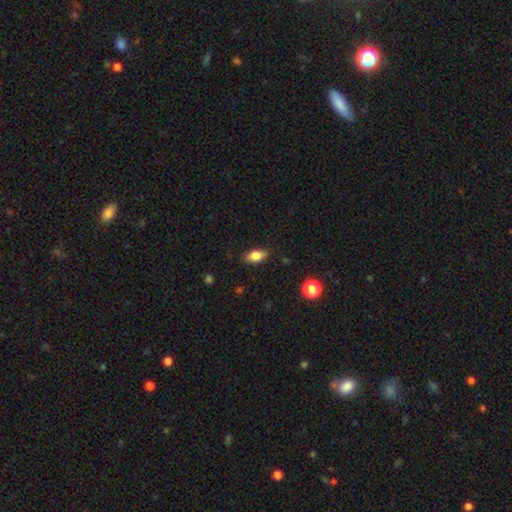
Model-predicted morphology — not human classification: The model was most divided on "smooth or featured": smooth: 80%, featured or disk: 12%, star or artifact: 8%. More confident: how rounded — in between (85%); merging — none (84%).